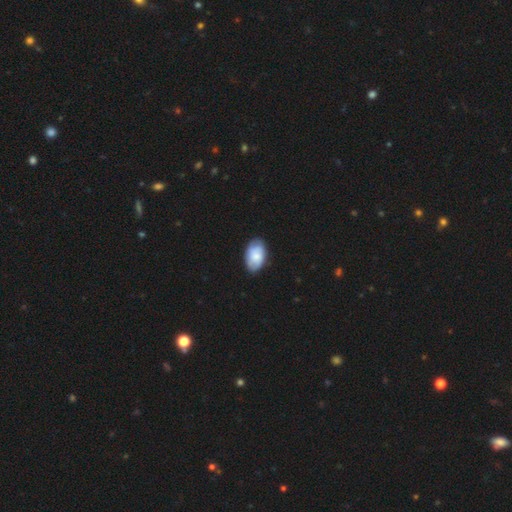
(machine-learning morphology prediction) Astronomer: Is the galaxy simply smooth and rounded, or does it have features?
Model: smooth — 71%.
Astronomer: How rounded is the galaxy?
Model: in between — 92%.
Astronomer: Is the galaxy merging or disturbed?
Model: none — 81%.